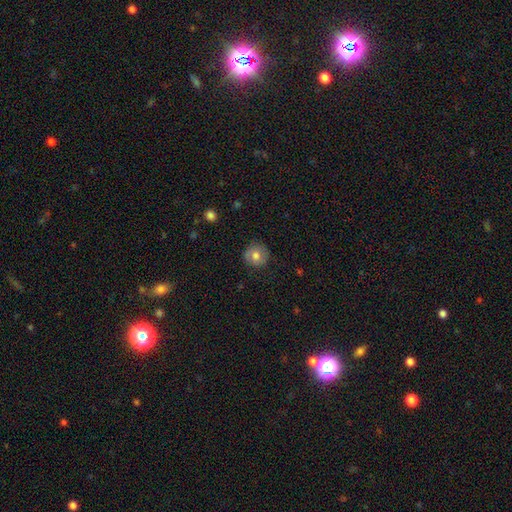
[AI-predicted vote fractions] smooth-or-featured: smooth: 73% | featured or disk: 18% | star or artifact: 8%
  how-rounded: round: 91% | in between: 8% | cigar-shaped: 1%
  merging: none: 85% | minor disturbance: 12% | major disturbance: 3% | merger: 1%